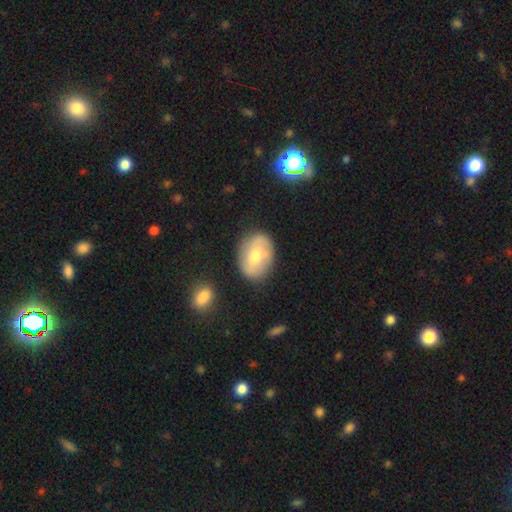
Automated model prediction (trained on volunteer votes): smooth 52%, featured or disk 42%, star or artifact 7%. Down the decision tree: how rounded — in between (72%); merging — none (79%).